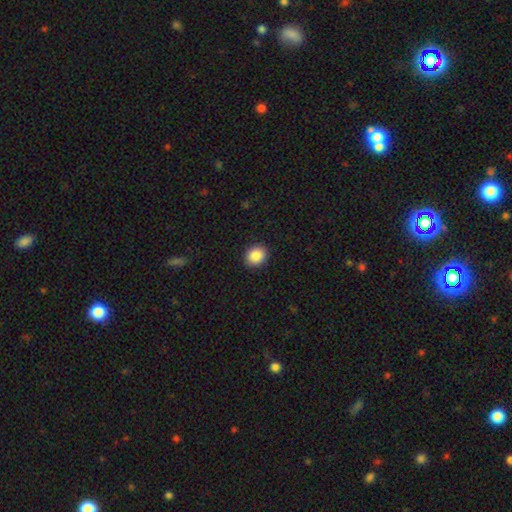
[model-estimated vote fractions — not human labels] Overall: smooth (88%). How rounded: round (72%). Merging: none (91%).